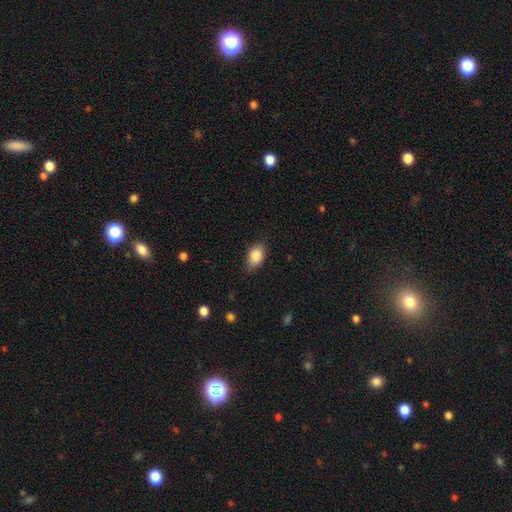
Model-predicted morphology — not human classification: This appears to be a smooth galaxy with no disk features (87%) that is in between round and cigar-shaped (88%). Merging: none (83%).